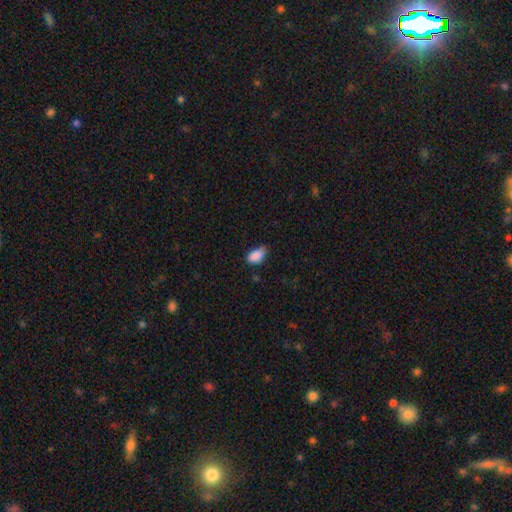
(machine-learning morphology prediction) Smooth or featured? smooth (87%)
How rounded? in between (91%)
Merging? none (62%)